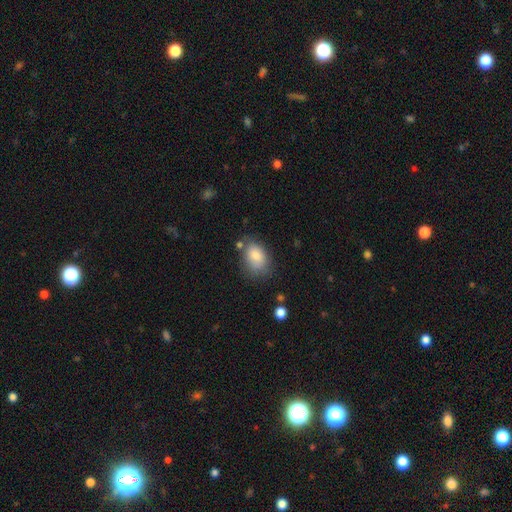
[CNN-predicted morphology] Smooth or featured? smooth (83%)
How rounded? in between (82%)
Merging? none (61%)